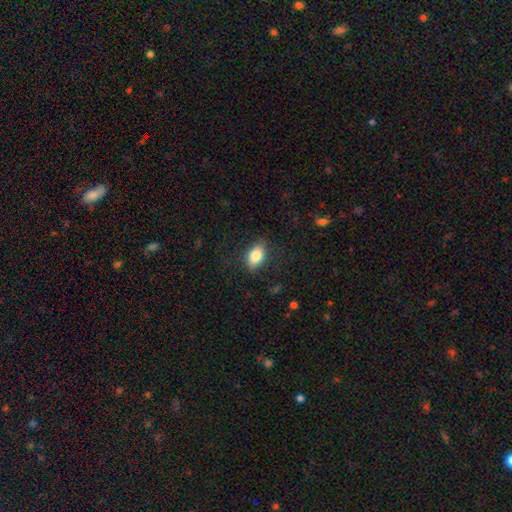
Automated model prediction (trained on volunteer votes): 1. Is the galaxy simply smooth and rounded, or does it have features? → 84% smooth, 9% featured or disk, 8% star or artifact.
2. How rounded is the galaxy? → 88% in between, 8% round, 3% cigar-shaped.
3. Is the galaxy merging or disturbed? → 83% none, 12% minor disturbance, 4% major disturbance, 1% merger.